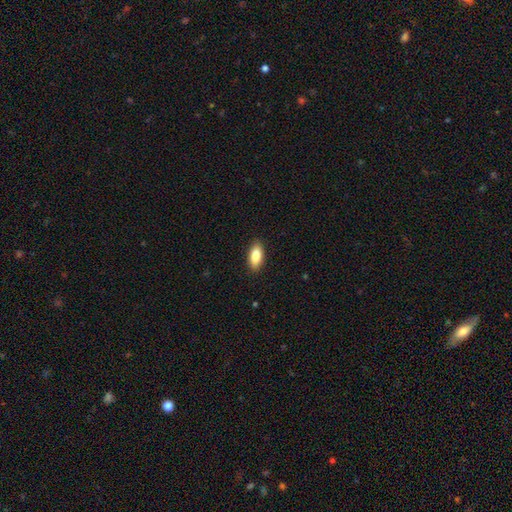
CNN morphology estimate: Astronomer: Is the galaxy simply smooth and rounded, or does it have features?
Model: smooth — 86%.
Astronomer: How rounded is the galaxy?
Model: in between — 86%.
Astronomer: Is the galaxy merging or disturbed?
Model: none — 89%.